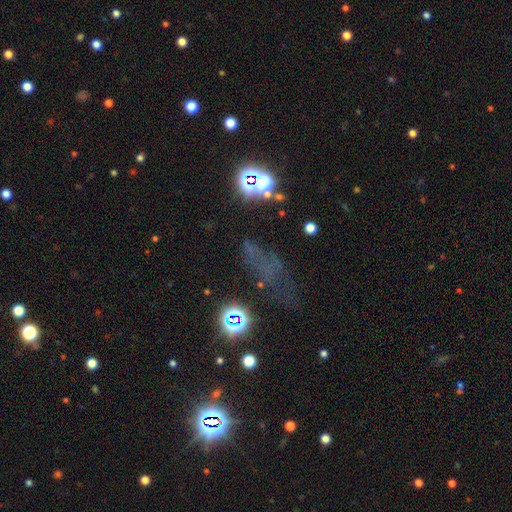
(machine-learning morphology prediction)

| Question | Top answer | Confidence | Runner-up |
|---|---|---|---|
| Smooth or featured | star or artifact | 47% | smooth (34%) |